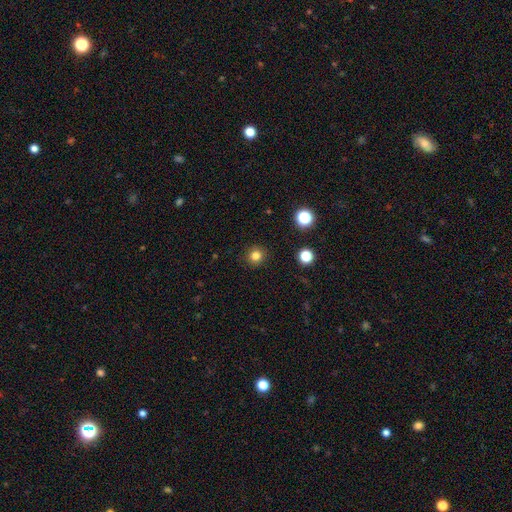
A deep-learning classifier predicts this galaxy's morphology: smooth_or_featured: smooth (p=0.81) [alt: star or artifact p=0.14]
how_rounded: round (p=0.94) [alt: in between p=0.05]
merging: none (p=0.92) [alt: minor disturbance p=0.05]